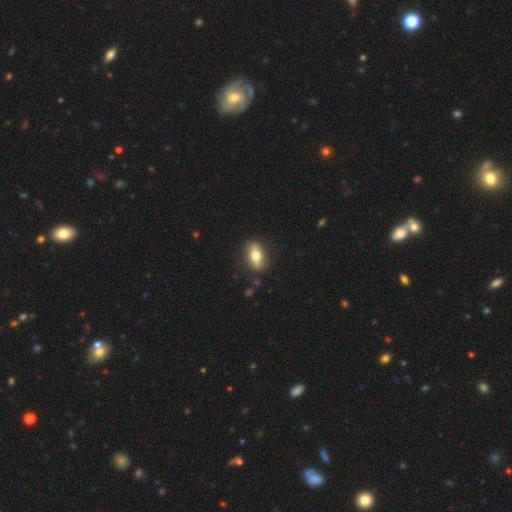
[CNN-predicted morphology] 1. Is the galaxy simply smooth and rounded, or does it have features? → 60% smooth, 33% featured or disk, 6% star or artifact.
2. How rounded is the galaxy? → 77% in between, 16% cigar-shaped, 8% round.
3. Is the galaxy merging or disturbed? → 83% none, 12% minor disturbance, 3% major disturbance, 2% merger.